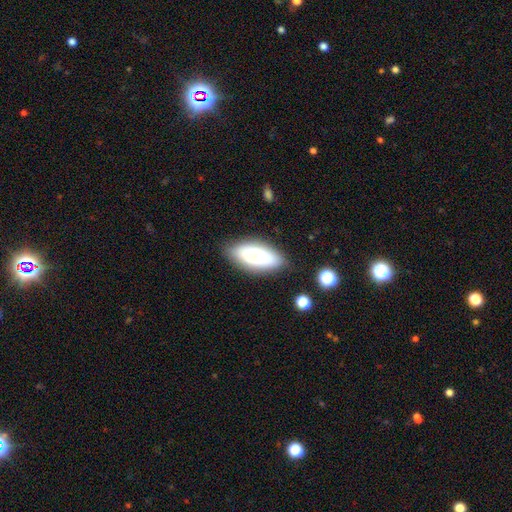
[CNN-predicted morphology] smooth-or-featured: smooth: 71% | featured or disk: 22% | star or artifact: 7%
  how-rounded: in between: 87% | cigar-shaped: 11% | round: 3%
  merging: none: 82% | minor disturbance: 13% | major disturbance: 3% | merger: 2%